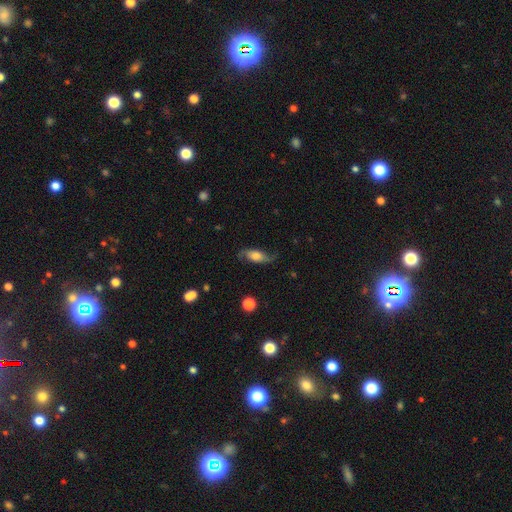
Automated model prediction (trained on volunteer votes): A featured or disk galaxy (58%).

Vote fractions:
- Smooth or featured? featured or disk: 58% / smooth: 34% / star or artifact: 8%
- Edge-on disk? no: 82% / yes: 18%
- Merging? none: 71% / minor disturbance: 20% / major disturbance: 8% / merger: 1%